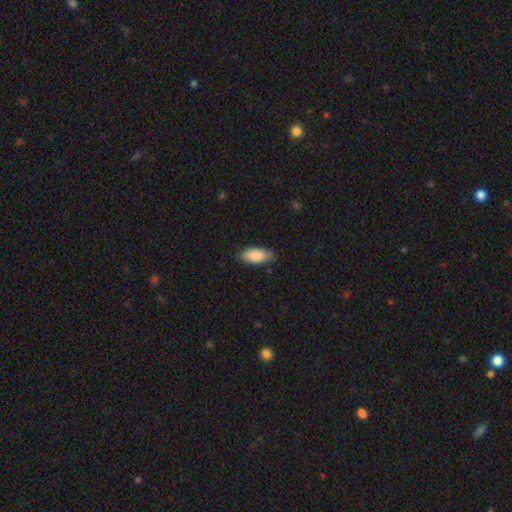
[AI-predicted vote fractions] Smooth or featured? smooth (85%)
How rounded? in between (88%)
Merging? none (84%)